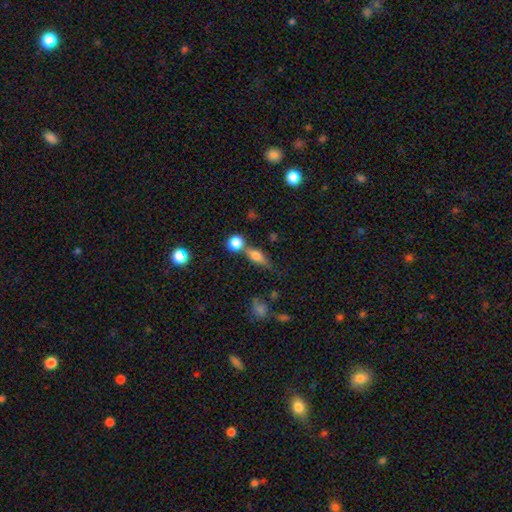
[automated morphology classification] A smooth galaxy with no disk features (56%) that is in between round and cigar-shaped (49%). Merging: none (50%).